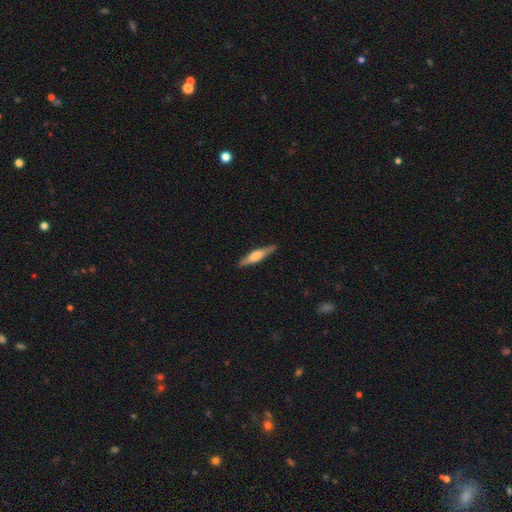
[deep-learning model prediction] The model was most divided on "smooth or featured": featured or disk: 51%, smooth: 44%, star or artifact: 5%. More confident: edge-on disk — yes (95%); merging — none (87%).